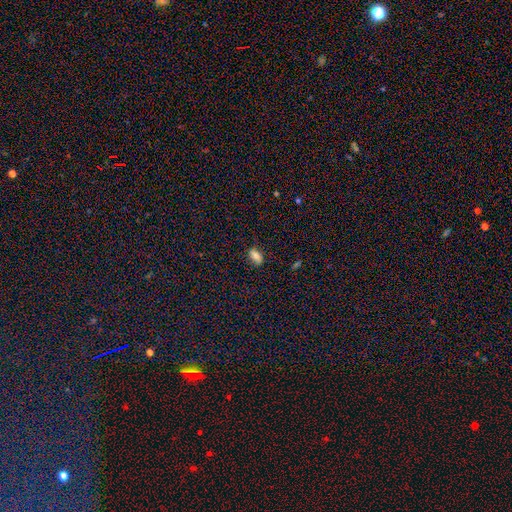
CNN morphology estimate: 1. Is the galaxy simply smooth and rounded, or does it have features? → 74% smooth, 14% featured or disk, 12% star or artifact.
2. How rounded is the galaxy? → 87% in between, 8% round, 5% cigar-shaped.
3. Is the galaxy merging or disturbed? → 79% none, 16% minor disturbance, 4% major disturbance, 1% merger.